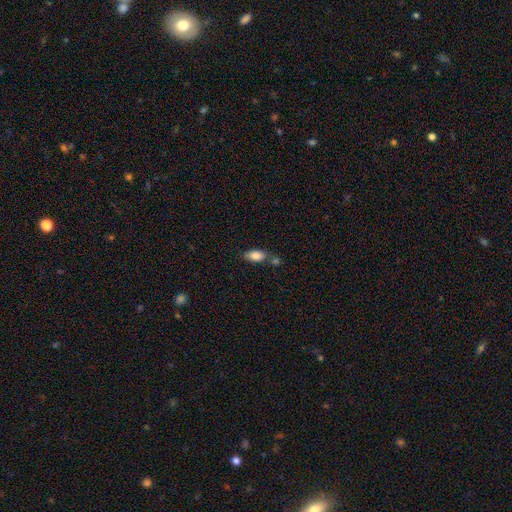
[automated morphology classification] A smooth galaxy with no disk features (84%) that is in between round and cigar-shaped (88%). Merging: none (56%).